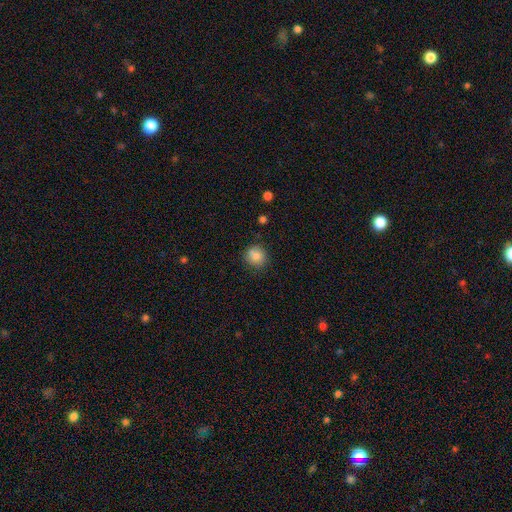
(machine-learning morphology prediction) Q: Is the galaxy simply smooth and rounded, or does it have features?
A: smooth — 81%.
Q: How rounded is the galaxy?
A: round — 87%.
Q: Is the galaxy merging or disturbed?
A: none — 75%.